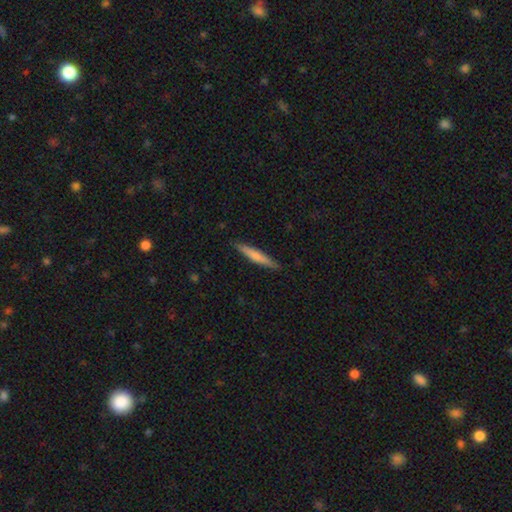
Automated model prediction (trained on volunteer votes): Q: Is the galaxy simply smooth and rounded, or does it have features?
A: smooth — 64%.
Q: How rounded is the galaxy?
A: cigar-shaped — 93%.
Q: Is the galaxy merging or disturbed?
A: none — 89%.